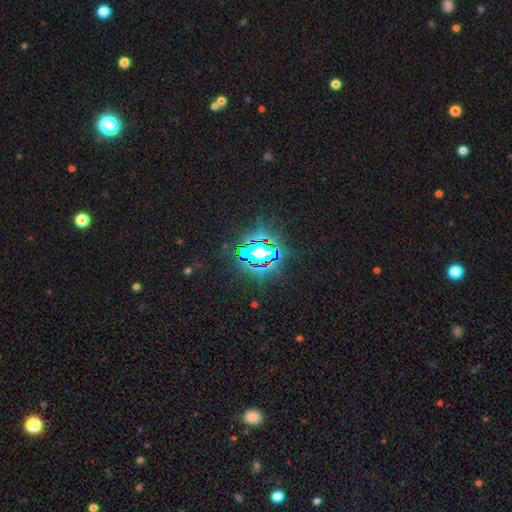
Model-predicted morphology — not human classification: Smooth or featured?
  - star or artifact: 79% *
  - smooth: 12%
  - featured or disk: 9%